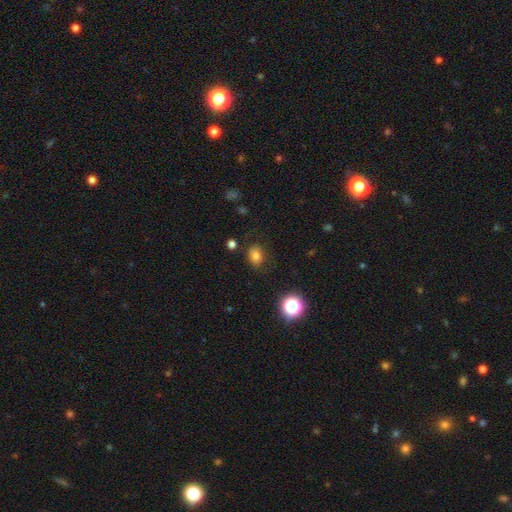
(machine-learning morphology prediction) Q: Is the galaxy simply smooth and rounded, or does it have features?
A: smooth — 79%.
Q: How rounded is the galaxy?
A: in between — 58%.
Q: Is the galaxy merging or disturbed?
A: none — 81%.